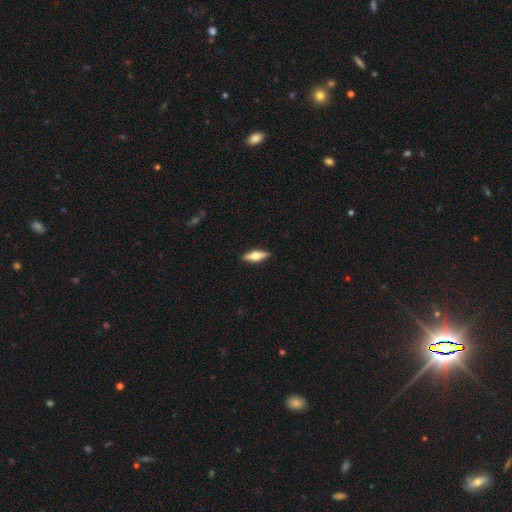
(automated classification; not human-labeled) This appears to be a featured or disk galaxy (47%, tied with smooth). Merging: none (90%).